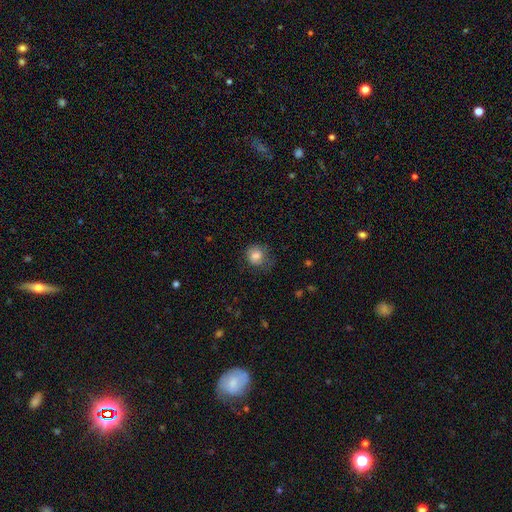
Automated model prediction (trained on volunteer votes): A smooth galaxy with no disk features (80%) that is round (75%). Merging: none (61%).